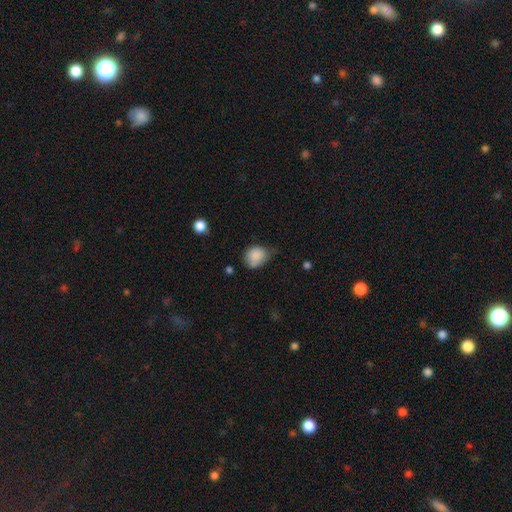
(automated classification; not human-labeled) Overall: smooth (85%). How rounded: round (56%; in between 43%). Merging: minor disturbance (43%, tied with none).